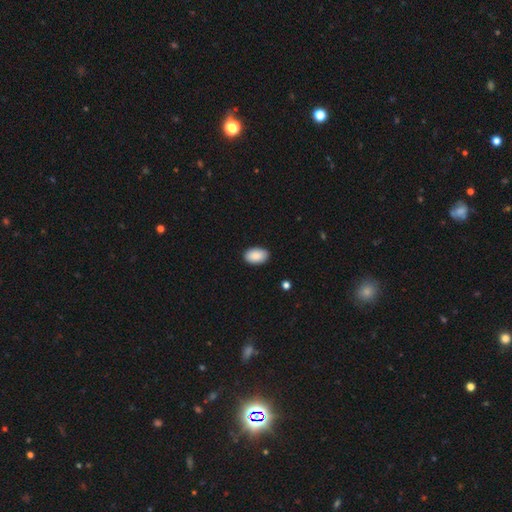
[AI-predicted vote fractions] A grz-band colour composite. It shows a smooth galaxy with no disk features (90%) that is in between round and cigar-shaped (92%). Merging: none (89%).